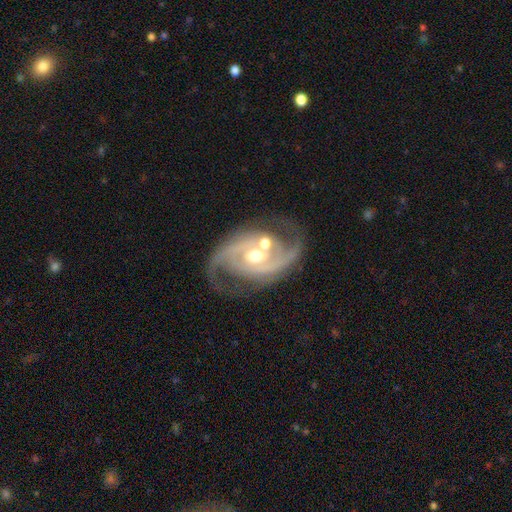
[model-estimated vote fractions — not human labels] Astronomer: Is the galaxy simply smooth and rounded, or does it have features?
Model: featured or disk — 91%.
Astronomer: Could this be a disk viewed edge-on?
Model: no — 97%.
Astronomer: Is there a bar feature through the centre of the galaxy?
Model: no — 48% (runner-up: weak, 35%).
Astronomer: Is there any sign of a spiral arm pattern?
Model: yes — 98%.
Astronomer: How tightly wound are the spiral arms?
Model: medium — 53% (runner-up: tight, 32%).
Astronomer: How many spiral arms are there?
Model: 2 — 89%.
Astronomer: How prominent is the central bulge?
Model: moderate — 71%.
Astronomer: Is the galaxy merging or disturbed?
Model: none — 66%.